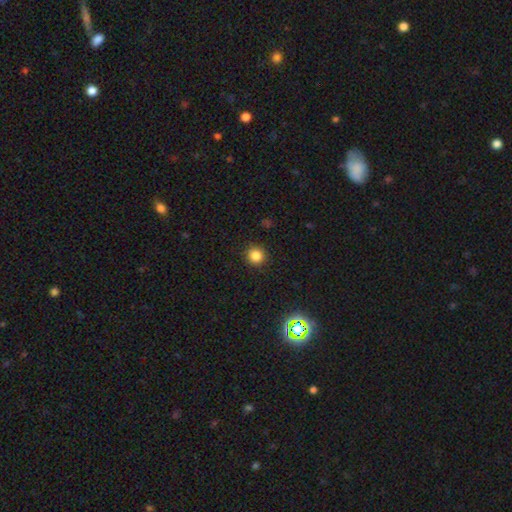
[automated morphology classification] Smooth or featured? Predicted: smooth (p=0.83). How rounded? Predicted: round (p=0.94). Merging? Predicted: none (p=0.91).